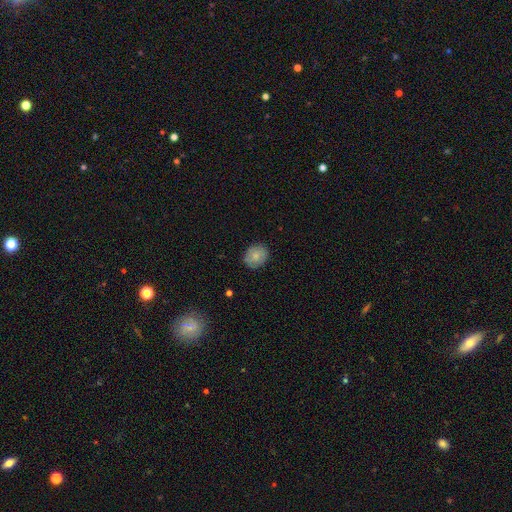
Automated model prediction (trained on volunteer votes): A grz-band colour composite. It shows a smooth galaxy with no disk features (78%) that is round (61%). Merging: none (85%).